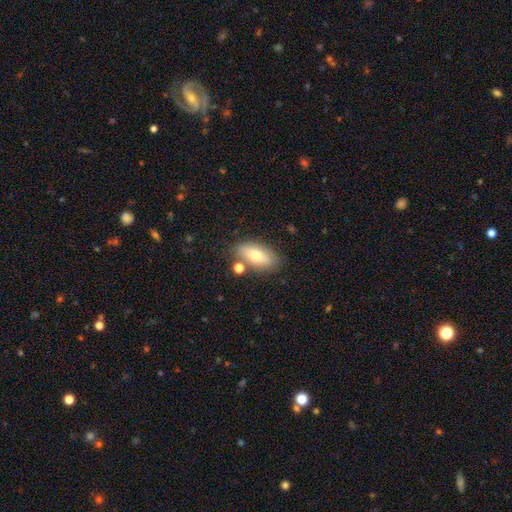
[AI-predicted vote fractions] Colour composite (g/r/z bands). It shows a smooth galaxy with no disk features (69%) that is in between round and cigar-shaped (87%). Merging: none (75%).